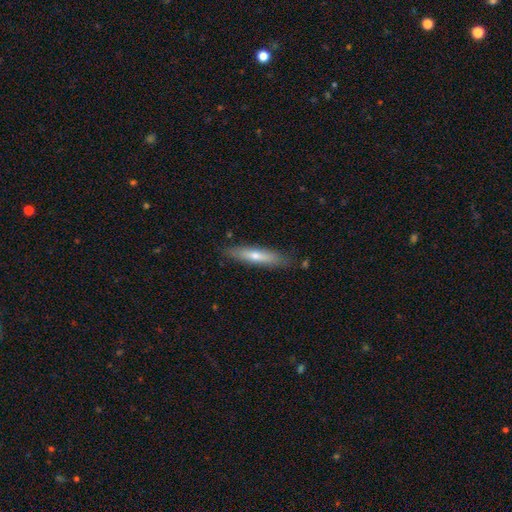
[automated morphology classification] Q: Smooth or featured?
A: smooth (55%); runner-up: featured or disk (38%)
Q: How rounded?
A: cigar-shaped (86%); runner-up: in between (12%)
Q: Merging?
A: none (85%); runner-up: minor disturbance (12%)